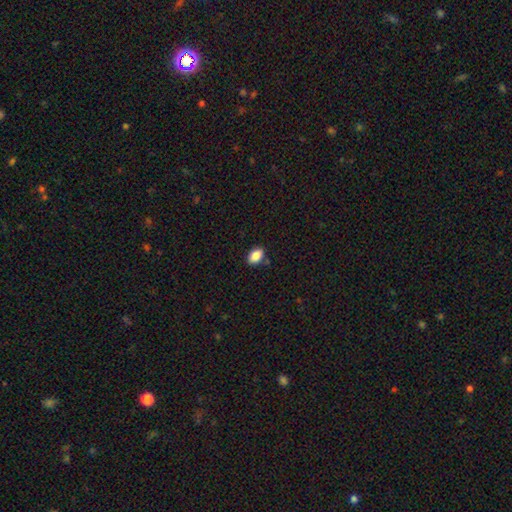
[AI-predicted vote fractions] A smooth galaxy with no disk features (87%) that is in between round and cigar-shaped (89%). Merging: none (86%).